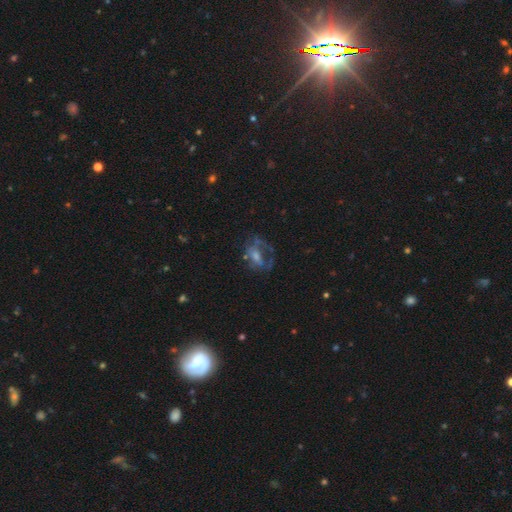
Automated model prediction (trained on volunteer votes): Smooth or featured?
  - featured or disk: 58% *
  - smooth: 29%
  - star or artifact: 12%
Edge-on disk?
  - no: 95% *
  - yes: 5%
Bar?
  - no: 58% *
  - weak: 31%
  - strong: 11%
Spiral arms?
  - no: 58% *
  - yes: 42%
Bulge size?
  - moderate: 41% *
  - small: 34%
  - none: 16%
  - large: 8%
  - dominant: 2%
Merging?
  - none: 39% *
  - major disturbance: 37%
  - minor disturbance: 20%
  - merger: 4%